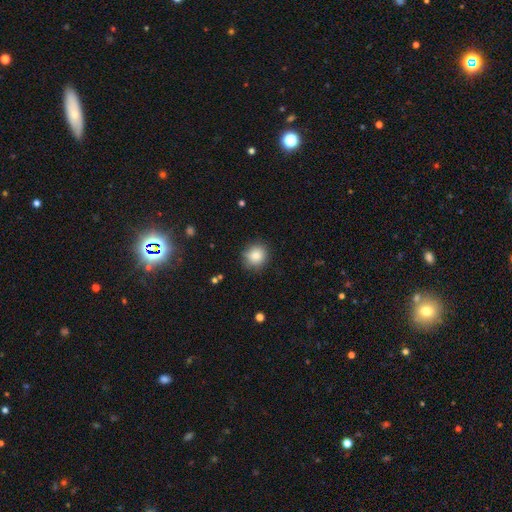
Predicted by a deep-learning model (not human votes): A smooth galaxy with no disk features (84%) that is round (86%). Merging: none (80%).